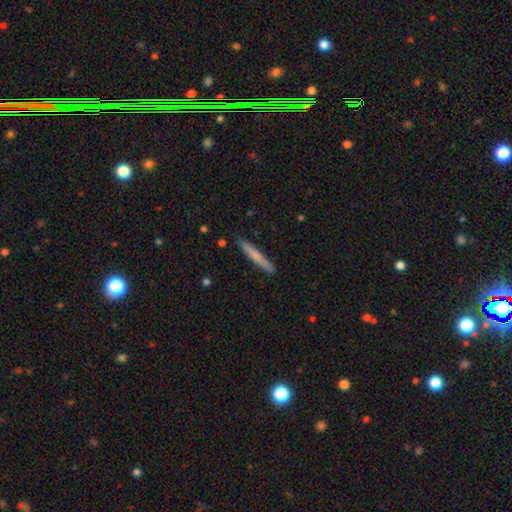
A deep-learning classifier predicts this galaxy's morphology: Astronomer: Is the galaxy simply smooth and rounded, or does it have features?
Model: smooth — 65%.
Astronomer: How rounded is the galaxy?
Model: cigar-shaped — 96%.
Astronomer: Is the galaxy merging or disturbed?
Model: none — 90%.